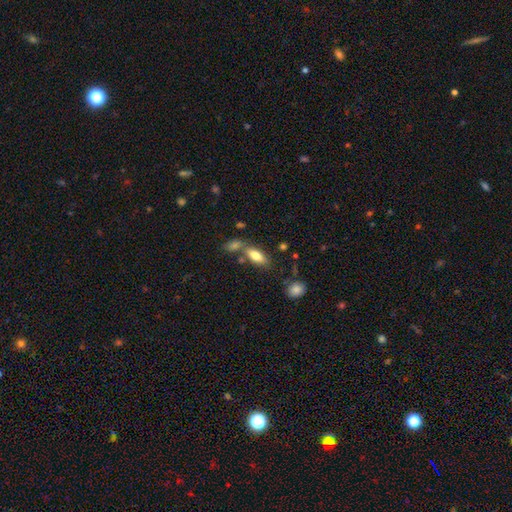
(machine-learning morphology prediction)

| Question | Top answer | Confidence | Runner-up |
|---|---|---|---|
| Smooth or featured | smooth | 75% | featured or disk (18%) |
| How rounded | in between | 77% | cigar-shaped (21%) |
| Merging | none | 59% | merger (23%) |